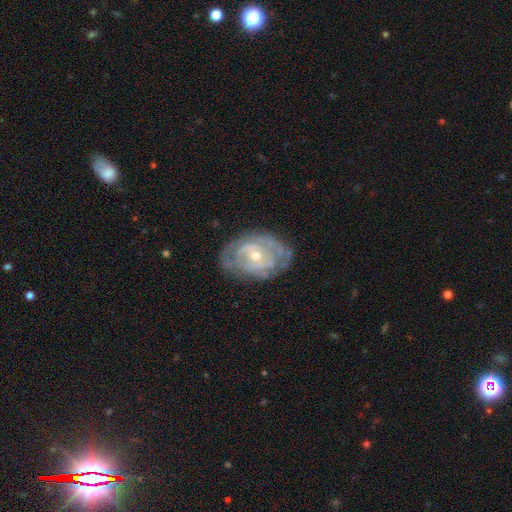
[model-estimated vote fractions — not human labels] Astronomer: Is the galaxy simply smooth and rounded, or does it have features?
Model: featured or disk — 80%.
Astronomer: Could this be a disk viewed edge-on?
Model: no — 96%.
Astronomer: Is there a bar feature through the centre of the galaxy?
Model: no — 68%.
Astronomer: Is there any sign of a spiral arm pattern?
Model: yes — 75%.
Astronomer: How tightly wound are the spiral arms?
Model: tight — 67%.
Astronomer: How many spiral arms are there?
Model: can't tell — 46% (runner-up: 2, 30%).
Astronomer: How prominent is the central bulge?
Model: small — 49% (runner-up: moderate, 48%).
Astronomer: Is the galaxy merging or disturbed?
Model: none — 68%.